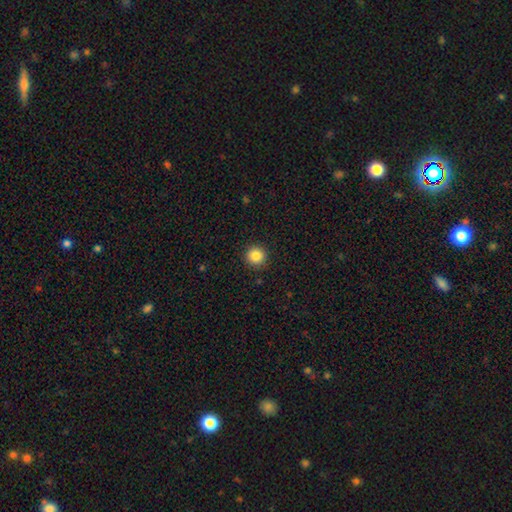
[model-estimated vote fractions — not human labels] Smooth or featured? Predicted: smooth (p=0.86). How rounded? Predicted: round (p=0.95). Merging? Predicted: none (p=0.92).